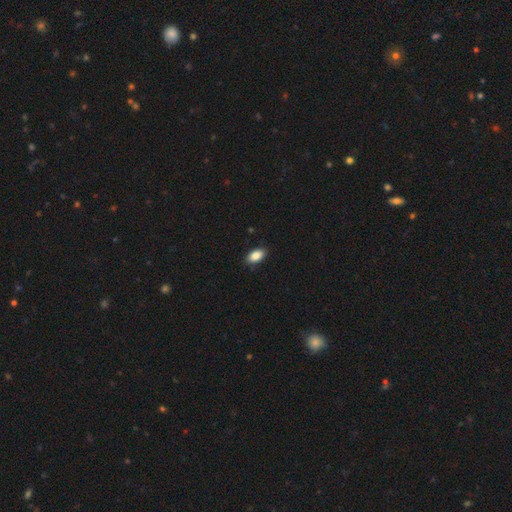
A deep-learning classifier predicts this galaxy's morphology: type=smooth (87%); roundness=in between (93%); merging=none (88%).